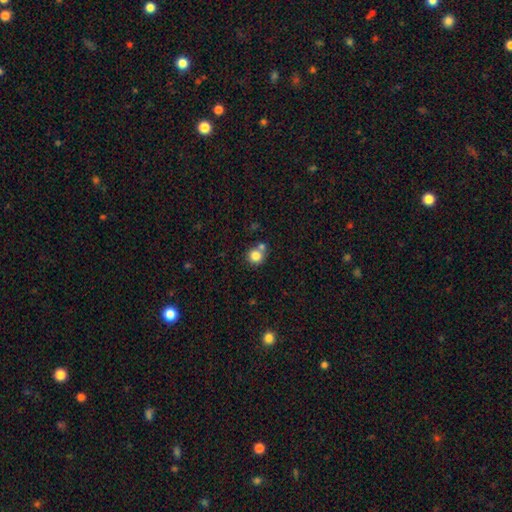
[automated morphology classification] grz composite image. It shows a smooth galaxy with no disk features (81%) that is round (89%). Merging: none (57%).